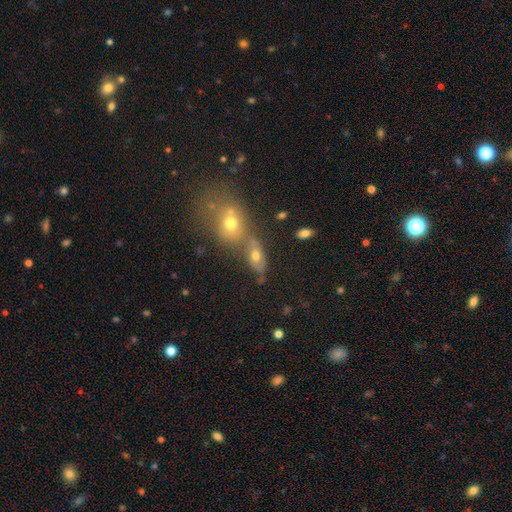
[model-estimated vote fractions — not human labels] The model was most divided on "merging": merger: 43%, none: 38%, minor disturbance: 13%, major disturbance: 7%. More confident: how rounded — in between (78%); smooth or featured — smooth (63%).